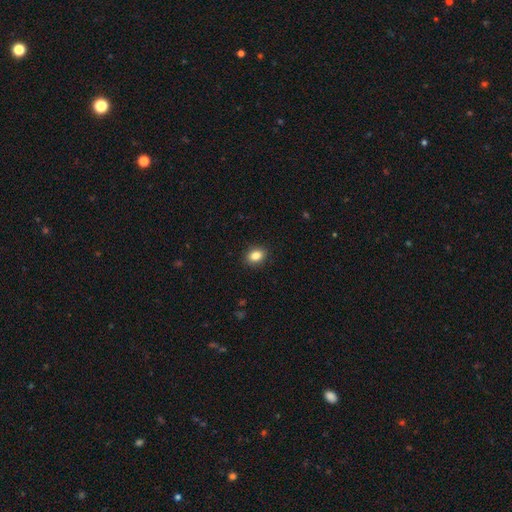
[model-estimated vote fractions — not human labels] smooth 85%, star or artifact 9%, featured or disk 6%. Down the decision tree: how rounded — in between (68%); merging — none (90%).